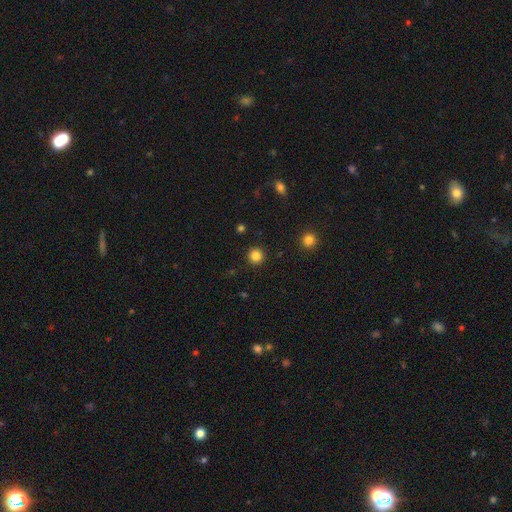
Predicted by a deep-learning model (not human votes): Q: Smooth or featured?
A: smooth (84%); runner-up: star or artifact (12%)
Q: How rounded?
A: round (95%); runner-up: in between (4%)
Q: Merging?
A: none (93%); runner-up: minor disturbance (4%)